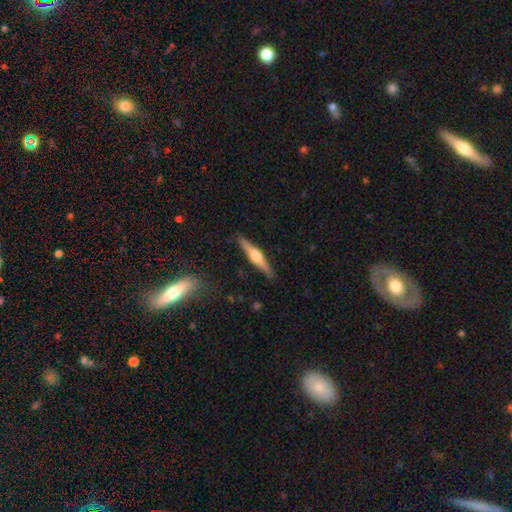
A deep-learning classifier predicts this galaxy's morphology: A featured or disk galaxy (66%) viewed edge-on (97%) with a rounded central bulge (91%).

Vote fractions:
- Smooth or featured? featured or disk: 66% / smooth: 29% / star or artifact: 5%
- Edge-on disk? yes: 97% / no: 3%
- Edge-on bulge? rounded: 91% / boxy: 6% / none: 3%
- Merging? none: 89% / minor disturbance: 8% / major disturbance: 2% / merger: 1%